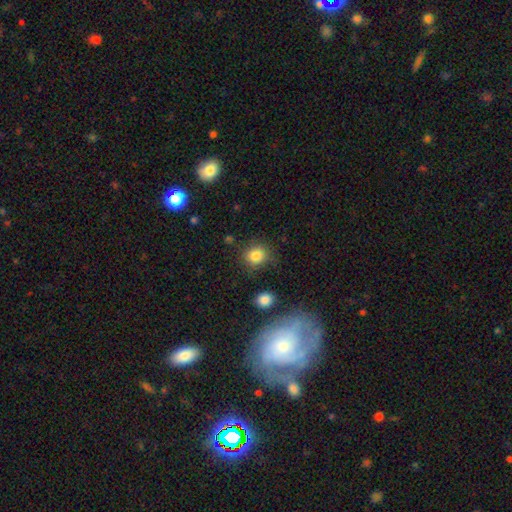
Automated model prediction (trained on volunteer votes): smooth 84%, star or artifact 11%, featured or disk 5%. Down the decision tree: how rounded — round (80%); merging — none (79%).